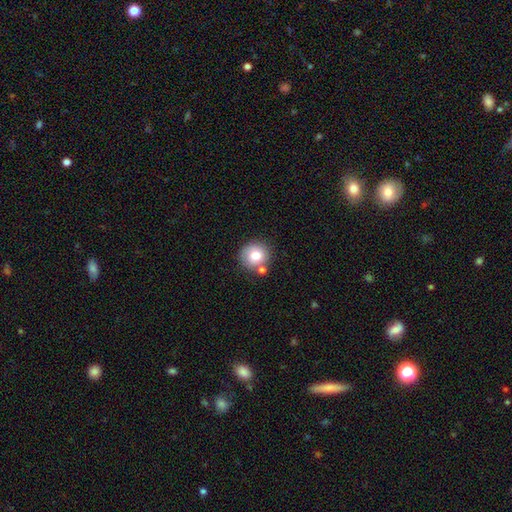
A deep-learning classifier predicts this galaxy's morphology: Smooth or featured? Predicted: smooth (p=0.78). How rounded? Predicted: round (p=0.90). Merging? Predicted: none (p=0.69).